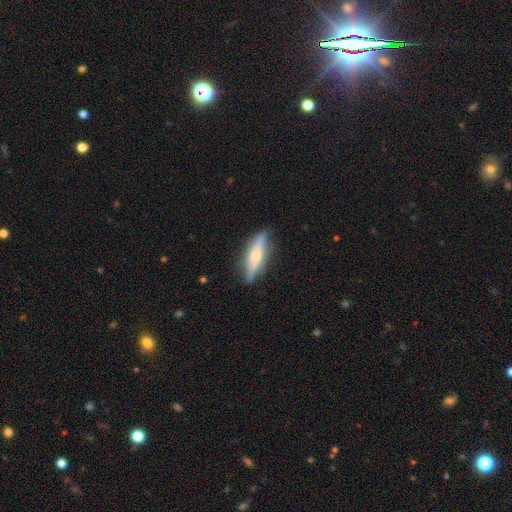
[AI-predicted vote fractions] A featured or disk galaxy (53%) viewed edge-on (84%).

Vote fractions:
- Smooth or featured? featured or disk: 53% / smooth: 41% / star or artifact: 6%
- Edge-on disk? yes: 84% / no: 16%
- Merging? none: 81% / minor disturbance: 14% / major disturbance: 3% / merger: 1%